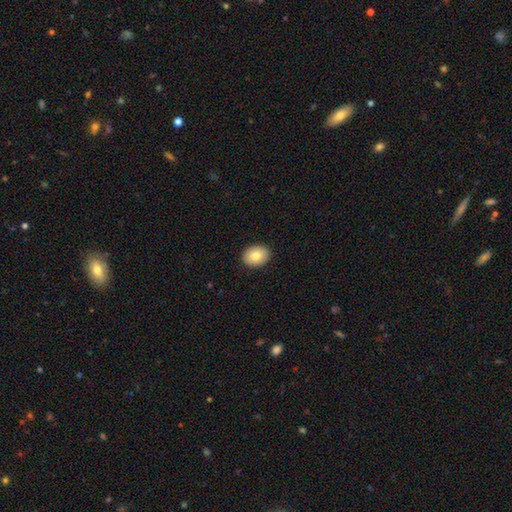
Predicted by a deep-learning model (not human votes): A smooth galaxy with no disk features (81%) that is in between round and cigar-shaped (62%). Merging: none (91%).